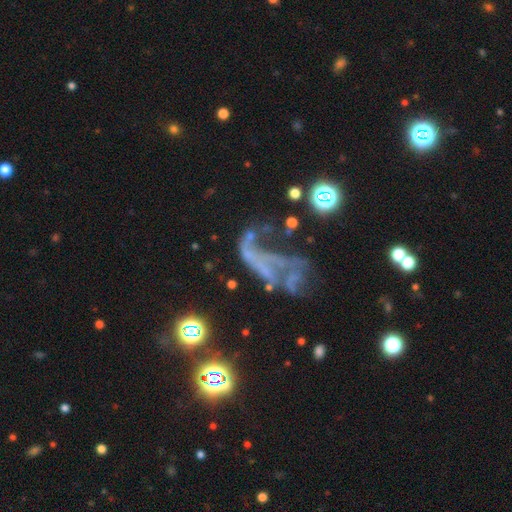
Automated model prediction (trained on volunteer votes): smooth_or_featured: featured or disk (p=0.59) [alt: star or artifact p=0.25]
disk_edge_on: no (p=0.94) [alt: yes p=0.06]
bar: no (p=0.79) [alt: weak p=0.13]
has_spiral_arms: no (p=0.66) [alt: yes p=0.34]
bulge_size: none (p=0.80) [alt: small p=0.12]
merging: major disturbance (p=0.49) [alt: none p=0.23]